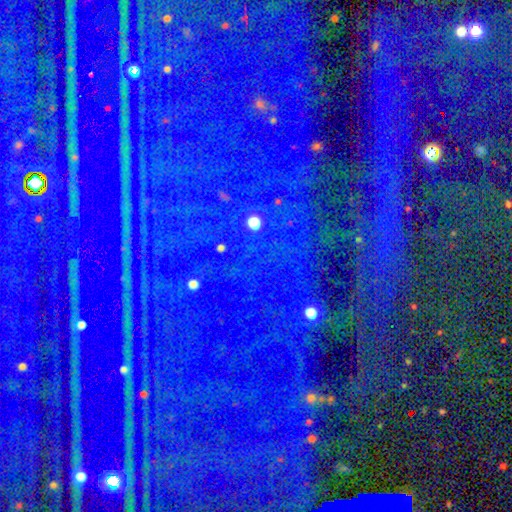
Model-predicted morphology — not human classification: type=star or artifact (85%).